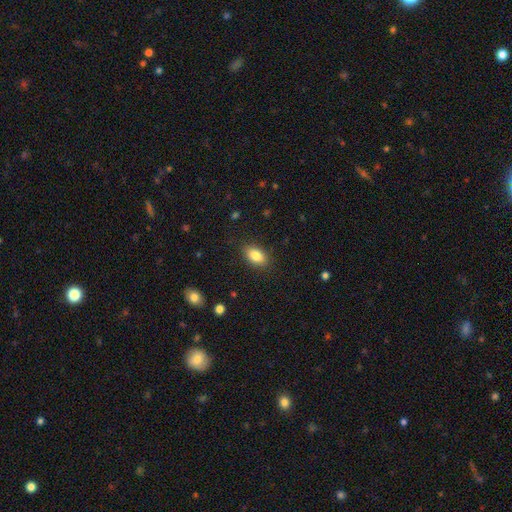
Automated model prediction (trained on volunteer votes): Overall: smooth (85%). How rounded: in between (87%). Merging: none (86%).